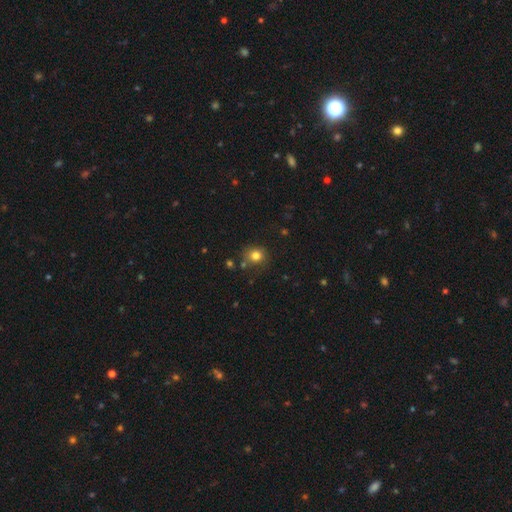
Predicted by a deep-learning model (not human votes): Smooth or featured? smooth (80%)
How rounded? round (81%)
Merging? none (73%)